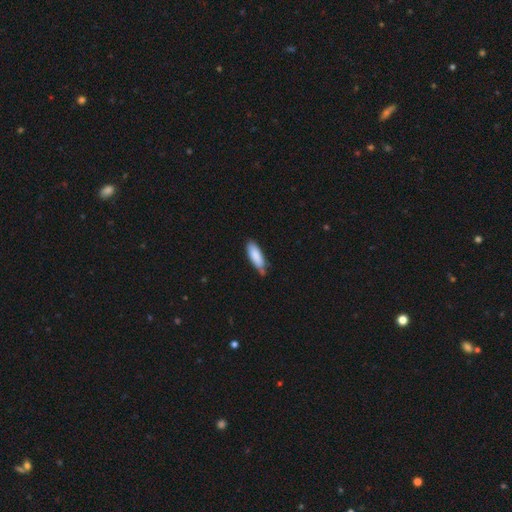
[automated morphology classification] smooth_or_featured: smooth (p=0.85) [alt: featured or disk p=0.10]
how_rounded: in between (p=0.60) [alt: cigar-shaped p=0.39]
merging: none (p=0.58) [alt: minor disturbance p=0.34]